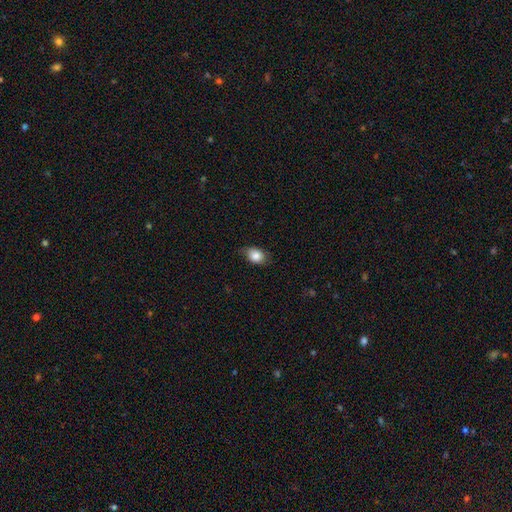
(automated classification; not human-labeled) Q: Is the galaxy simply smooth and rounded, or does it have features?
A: smooth — 84%.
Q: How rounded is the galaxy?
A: in between — 70%.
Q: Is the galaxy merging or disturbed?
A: none — 70%.